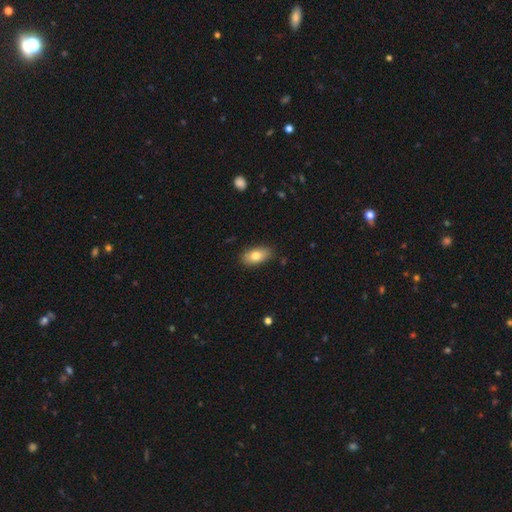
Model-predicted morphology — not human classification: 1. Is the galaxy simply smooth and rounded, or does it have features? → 79% smooth, 14% featured or disk, 7% star or artifact.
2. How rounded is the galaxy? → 91% in between, 5% cigar-shaped, 4% round.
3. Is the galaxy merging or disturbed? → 85% none, 11% minor disturbance, 2% major disturbance, 1% merger.